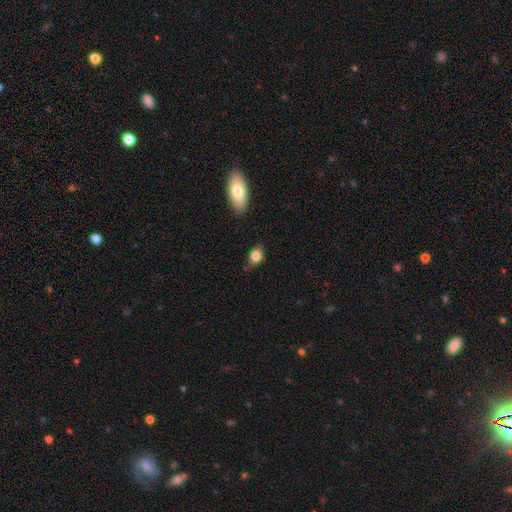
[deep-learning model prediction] Smooth or featured: smooth — 84% (star or artifact — 9%)
How rounded: in between — 72% (round — 26%)
Merging: none — 69% (minor disturbance — 23%)